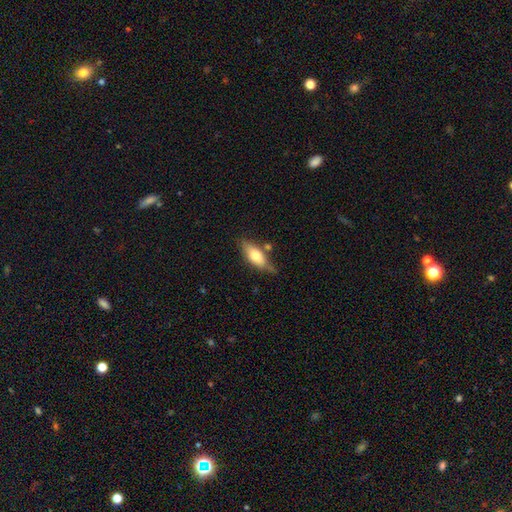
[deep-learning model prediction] A smooth galaxy with no disk features (63%) that is in between round and cigar-shaped (70%). Merging: none (63%).